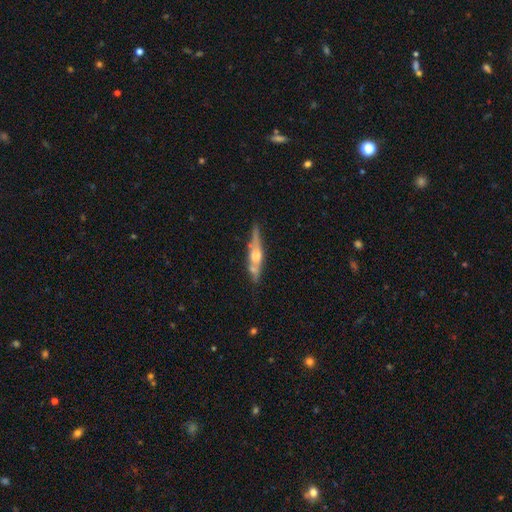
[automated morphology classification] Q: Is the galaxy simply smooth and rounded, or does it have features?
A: featured or disk — 67%.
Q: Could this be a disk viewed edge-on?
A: yes — 93%.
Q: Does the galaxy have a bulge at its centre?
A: rounded — 84%.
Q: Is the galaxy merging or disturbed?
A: none — 73%.